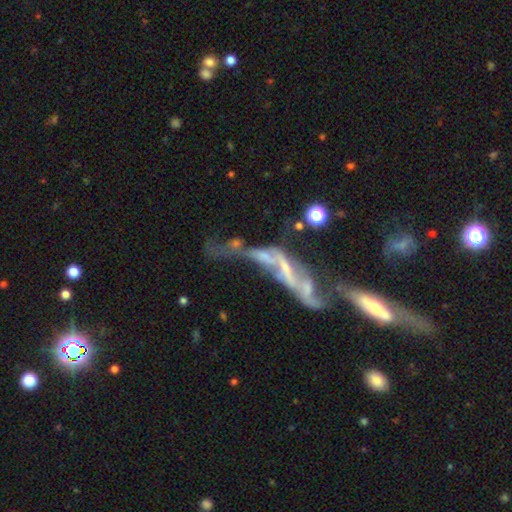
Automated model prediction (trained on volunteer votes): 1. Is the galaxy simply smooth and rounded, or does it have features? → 62% featured or disk, 21% star or artifact, 17% smooth.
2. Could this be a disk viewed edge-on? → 68% no, 32% yes.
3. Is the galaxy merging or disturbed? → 51% merger, 22% major disturbance, 17% none, 9% minor disturbance.